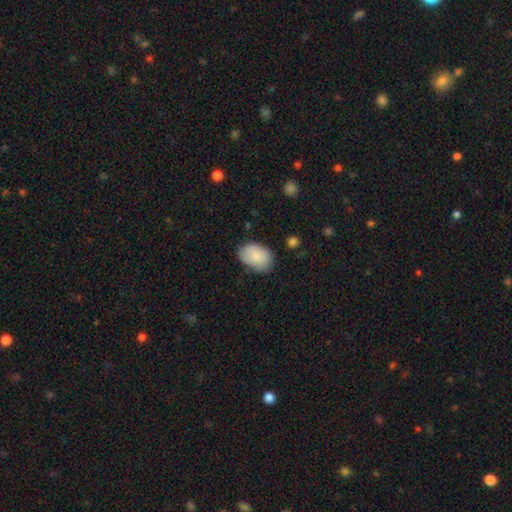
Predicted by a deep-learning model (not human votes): The model was most divided on "merging": none: 71%, minor disturbance: 22%, major disturbance: 5%, merger: 2%. More confident: smooth or featured — smooth (86%); how rounded — in between (84%).